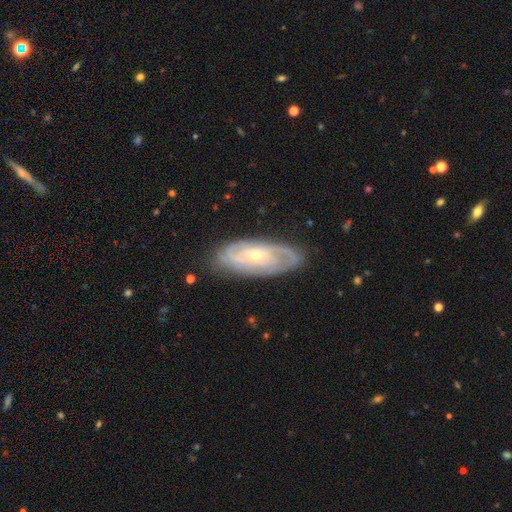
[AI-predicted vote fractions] Overall: featured or disk (80%). Edge-on disk: no (89%). Bar: no (71%). Spiral arms: yes (89%). Spiral arm count: can't tell (42%; 2 30%). Spiral winding: tight (66%; medium 27%). Bulge size: small (68%; moderate 29%). Merging: none (78%).